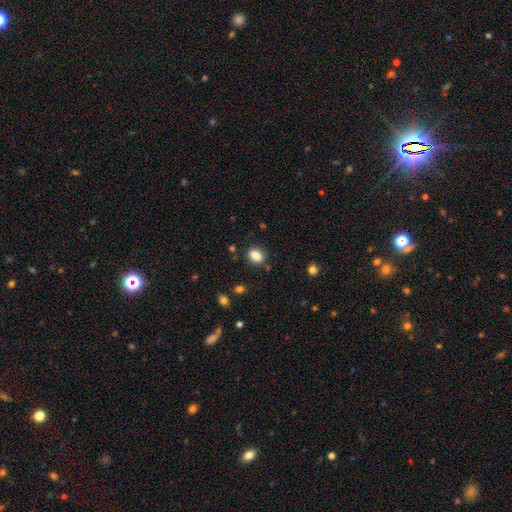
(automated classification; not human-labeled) This appears to be a smooth galaxy with no disk features (84%) that is in between round and cigar-shaped (67%). Merging: none (83%).